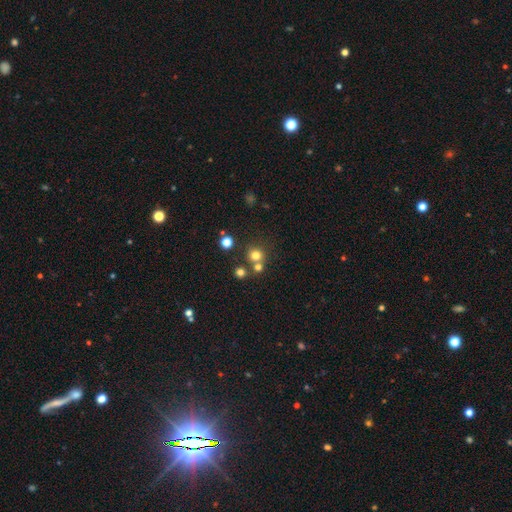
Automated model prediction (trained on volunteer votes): This is likely a smooth galaxy (73%). How rounded: clearly round (91%). Merging: likely none (65%).